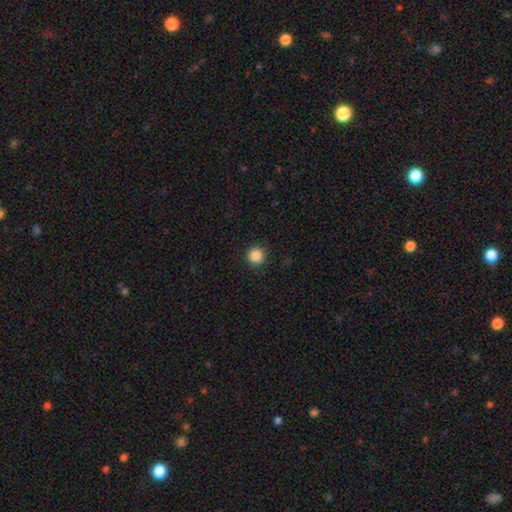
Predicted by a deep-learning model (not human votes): Overall: smooth (87%). How rounded: round (95%). Merging: none (91%).